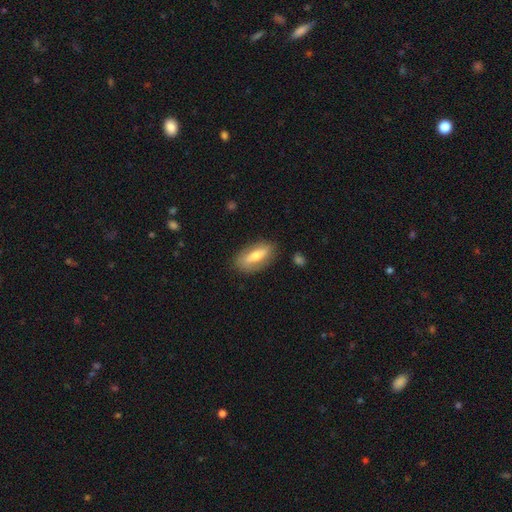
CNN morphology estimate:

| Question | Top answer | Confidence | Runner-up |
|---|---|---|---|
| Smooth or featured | smooth | 56% | featured or disk (38%) |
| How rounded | in between | 75% | cigar-shaped (22%) |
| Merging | none | 82% | minor disturbance (12%) |